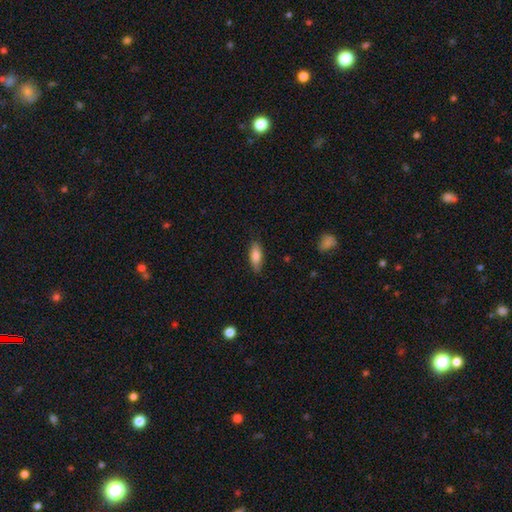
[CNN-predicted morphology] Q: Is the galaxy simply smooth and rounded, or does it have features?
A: smooth — 80%.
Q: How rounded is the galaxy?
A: in between — 70%.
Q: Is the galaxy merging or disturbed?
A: none — 84%.